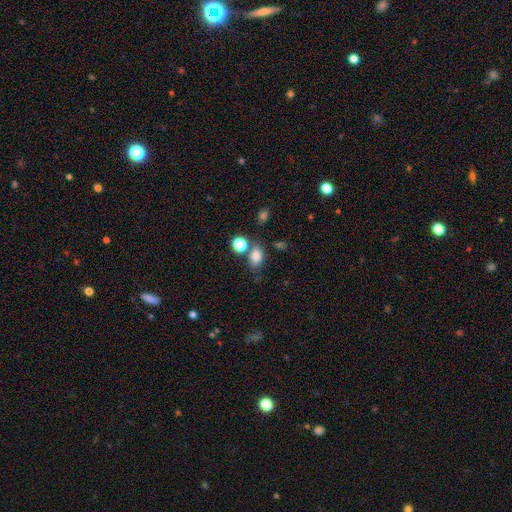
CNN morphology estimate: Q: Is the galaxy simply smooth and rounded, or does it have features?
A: smooth — 81%.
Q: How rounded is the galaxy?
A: in between — 71%.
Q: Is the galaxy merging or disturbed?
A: none — 62%.